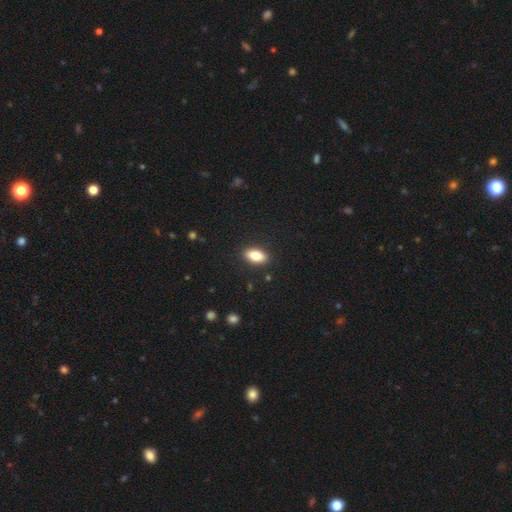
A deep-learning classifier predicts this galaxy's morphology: Smooth or featured: smooth — 83% (featured or disk — 10%)
How rounded: in between — 88% (cigar-shaped — 6%)
Merging: none — 89% (minor disturbance — 8%)